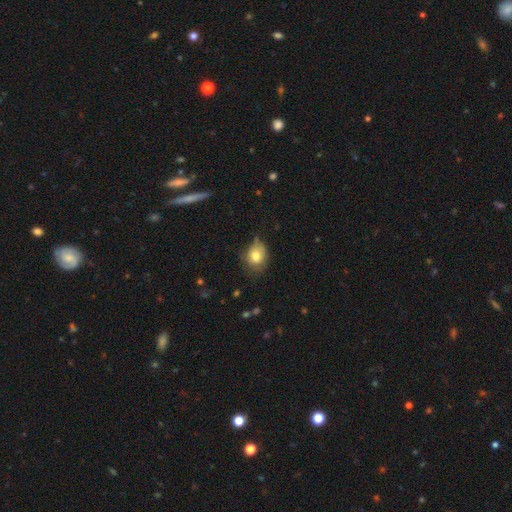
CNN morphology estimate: Smooth or featured? smooth (75%)
How rounded? in between (56%)
Merging? none (49%)